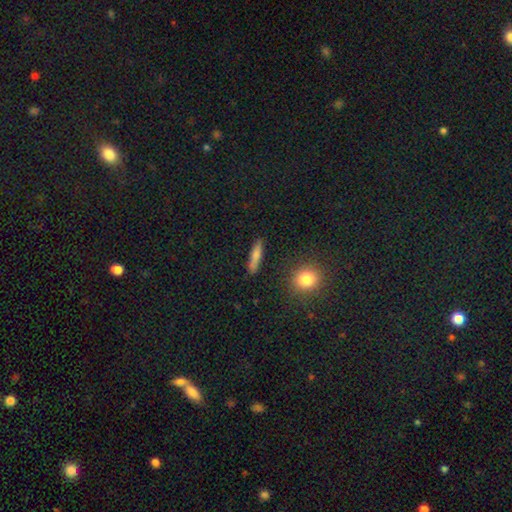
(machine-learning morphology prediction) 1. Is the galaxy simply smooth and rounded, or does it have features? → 74% smooth, 18% featured or disk, 8% star or artifact.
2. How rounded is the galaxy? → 81% cigar-shaped, 15% in between, 4% round.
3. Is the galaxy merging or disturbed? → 86% none, 9% minor disturbance, 2% major disturbance, 2% merger.